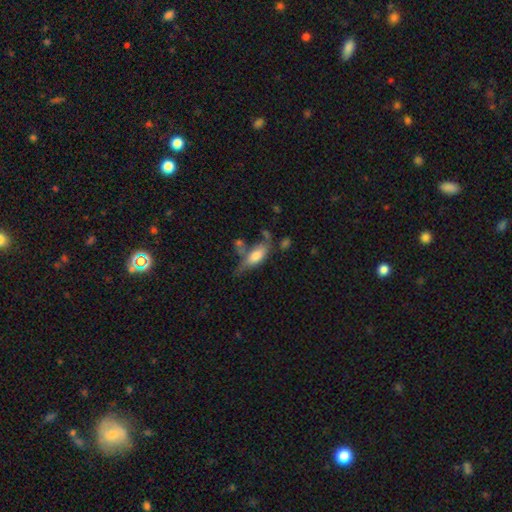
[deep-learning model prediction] This is likely a smooth galaxy (65%). How rounded: likely in between (71%). Merging: marginally none (39%).